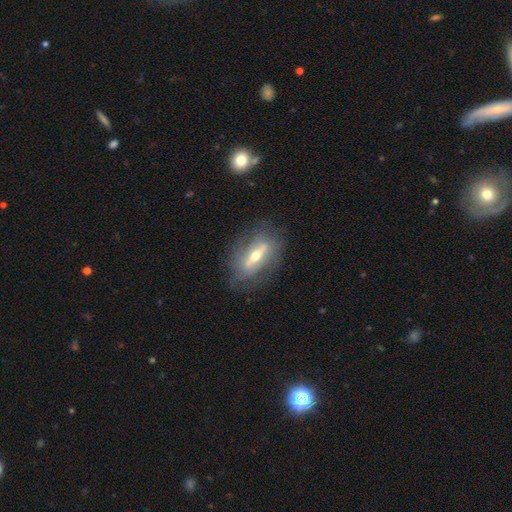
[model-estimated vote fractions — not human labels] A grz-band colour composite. It shows a featured or disk galaxy (70%). Merging: none (75%).